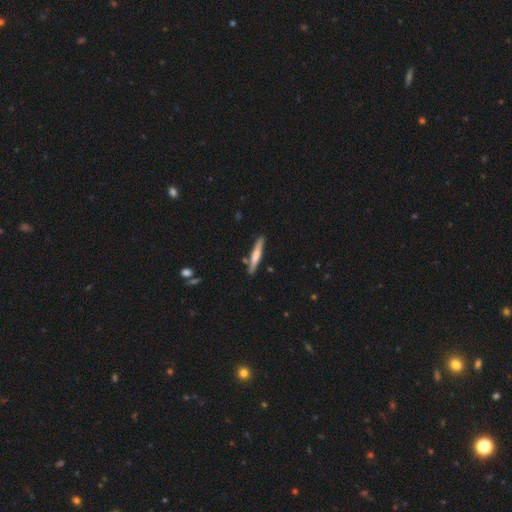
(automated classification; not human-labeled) Overall: smooth (60%; featured or disk 34%). How rounded: cigar-shaped (94%). Merging: none (83%).